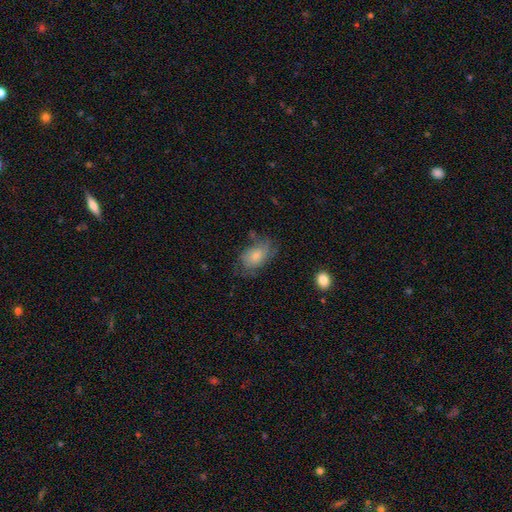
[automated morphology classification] smooth_or_featured: smooth (p=0.69) [alt: featured or disk p=0.23]
how_rounded: in between (p=0.89) [alt: round p=0.09]
merging: none (p=0.54) [alt: minor disturbance p=0.28]